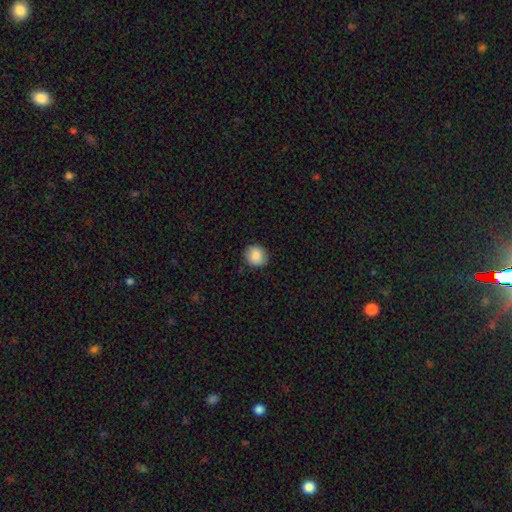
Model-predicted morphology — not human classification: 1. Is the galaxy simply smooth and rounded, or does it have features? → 86% smooth, 8% star or artifact, 6% featured or disk.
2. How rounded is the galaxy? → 84% round, 15% in between, 1% cigar-shaped.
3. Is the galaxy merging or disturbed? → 87% none, 9% minor disturbance, 2% major disturbance, 1% merger.